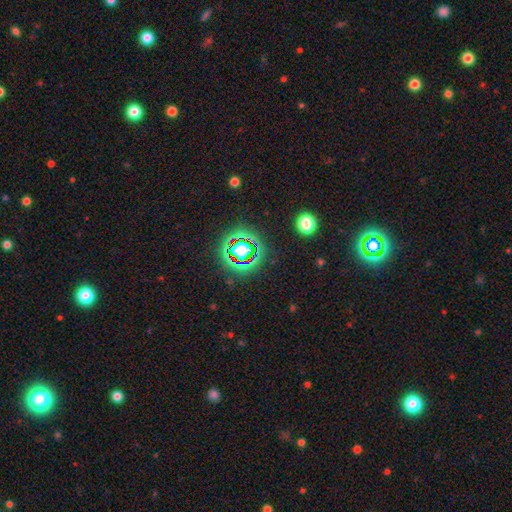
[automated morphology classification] The model was most divided on "smooth or featured": star or artifact: 81%, smooth: 11%, featured or disk: 7%.